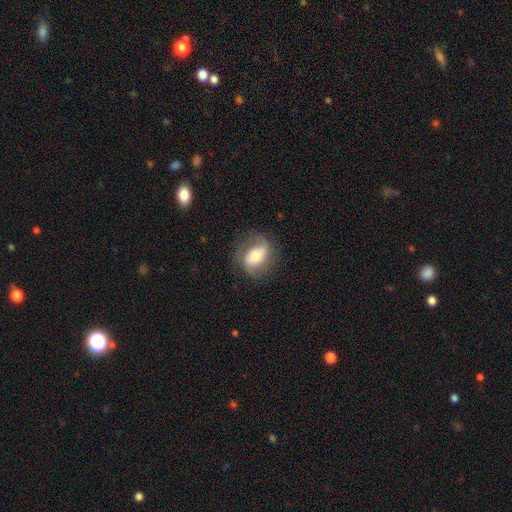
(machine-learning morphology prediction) smooth-or-featured: featured or disk: 57% | smooth: 35% | star or artifact: 8%
  disk-edge-on: no: 95% | yes: 5%
    bar: no: 36% (tied) | weak: 36% (tied) | strong: 28%
    has-spiral-arms: yes: 80% | no: 20%
    bulge-size: moderate: 61% | small: 19% | large: 16% | dominant: 2% | none: 2%
  merging: none: 69% | minor disturbance: 18% | major disturbance: 11% | merger: 1%